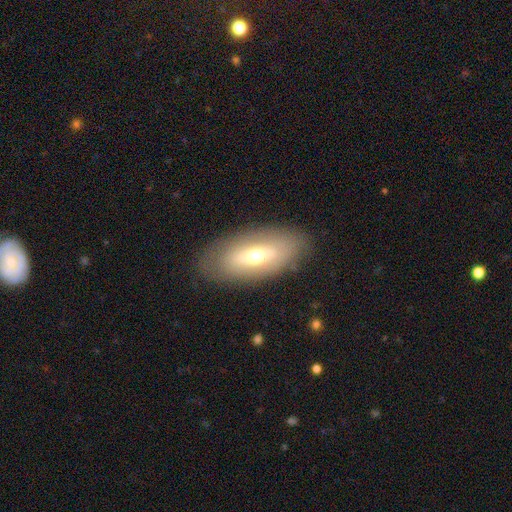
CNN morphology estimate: smooth 51%, featured or disk 41%, star or artifact 8%. Down the decision tree: how rounded — in between (85%); merging — none (83%).